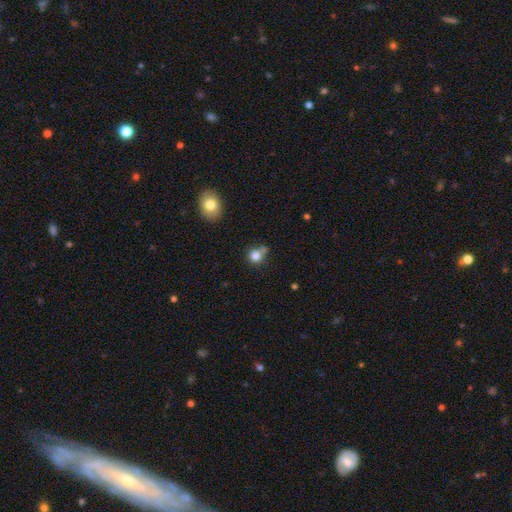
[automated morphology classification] Smooth or featured?
  - smooth: 80% *
  - star or artifact: 11%
  - featured or disk: 8%
How rounded?
  - round: 79% *
  - in between: 20%
  - cigar-shaped: 1%
Merging?
  - none: 50% *
  - minor disturbance: 22%
  - merger: 19%
  - major disturbance: 9%